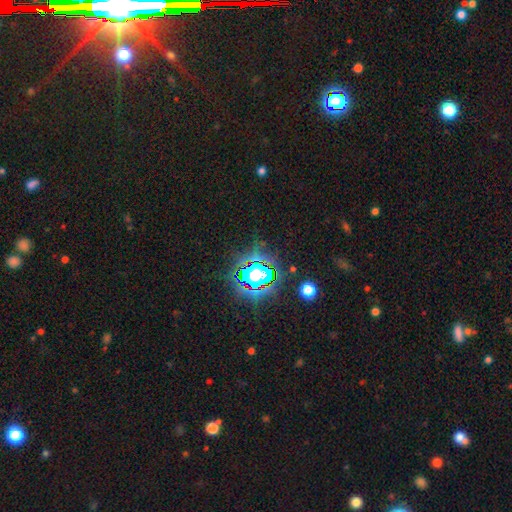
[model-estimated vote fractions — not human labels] Smooth or featured: star or artifact — 71% (smooth — 17%)